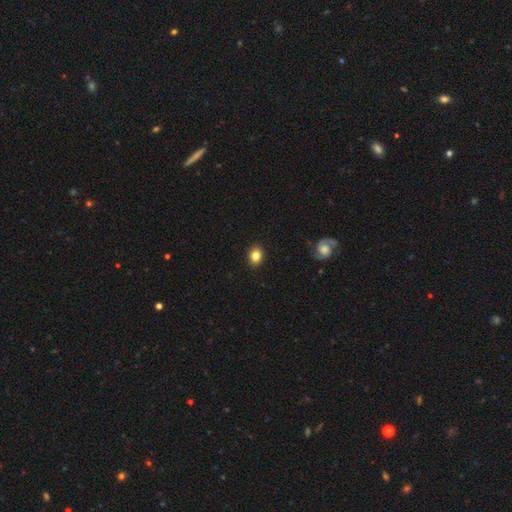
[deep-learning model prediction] Smooth or featured? Predicted: smooth (p=0.83). How rounded? Predicted: in between (p=0.52). Merging? Predicted: none (p=0.90).